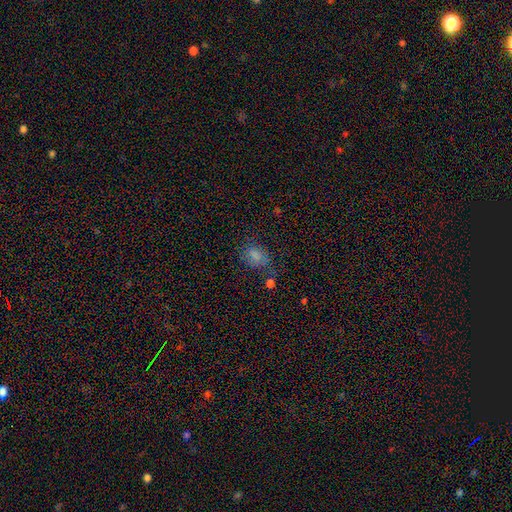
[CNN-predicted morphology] A smooth galaxy with no disk features (71%) that is in between round and cigar-shaped (72%). Merging: none (63%).